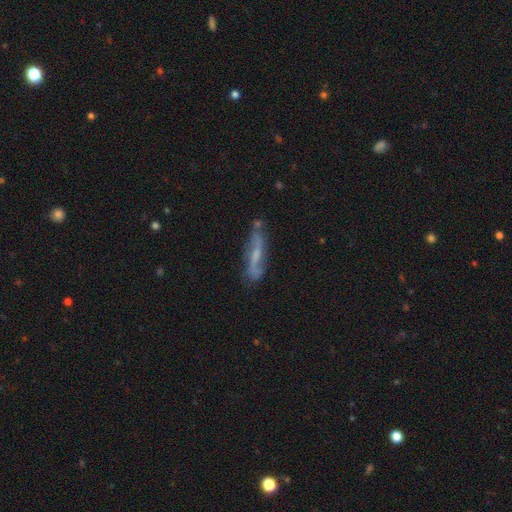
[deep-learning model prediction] Overall: featured or disk (71%). Edge-on disk: no (67%; yes 33%). Merging: none (68%).